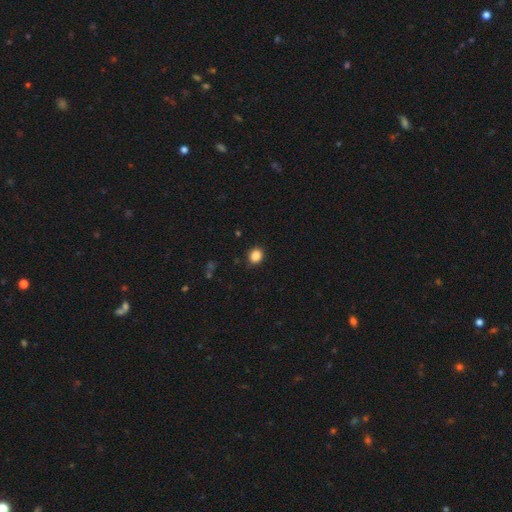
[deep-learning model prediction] A smooth galaxy with no disk features (86%) that is round (72%). Merging: none (89%).